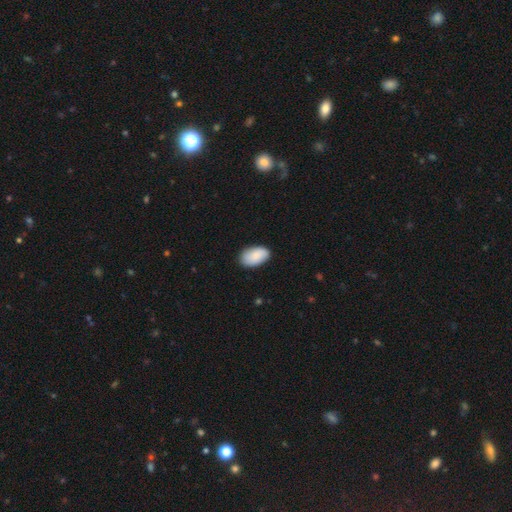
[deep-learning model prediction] A smooth galaxy with no disk features (88%) that is in between round and cigar-shaped (94%).

Vote fractions:
- Smooth or featured? smooth: 88% / featured or disk: 6% / star or artifact: 6%
- How rounded? in between: 94% / round: 5% / cigar-shaped: 1%
- Merging? none: 82% / minor disturbance: 15% / major disturbance: 2% / merger: 1%